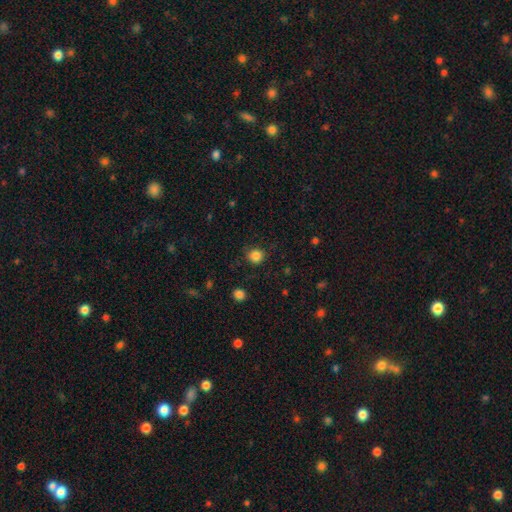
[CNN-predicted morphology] smooth_or_featured: smooth (p=0.84) [alt: star or artifact p=0.12]
how_rounded: round (p=0.86) [alt: in between p=0.13]
merging: none (p=0.84) [alt: minor disturbance p=0.12]